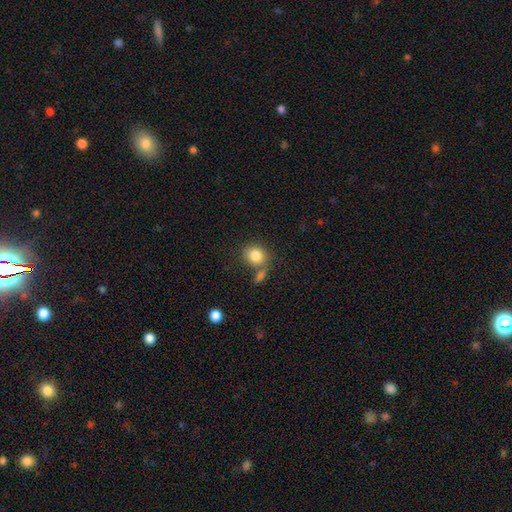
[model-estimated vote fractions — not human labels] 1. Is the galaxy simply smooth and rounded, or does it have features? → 83% smooth, 9% star or artifact, 7% featured or disk.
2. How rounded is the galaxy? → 67% round, 32% in between, 1% cigar-shaped.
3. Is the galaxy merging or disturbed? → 61% none, 21% merger, 13% minor disturbance, 5% major disturbance.